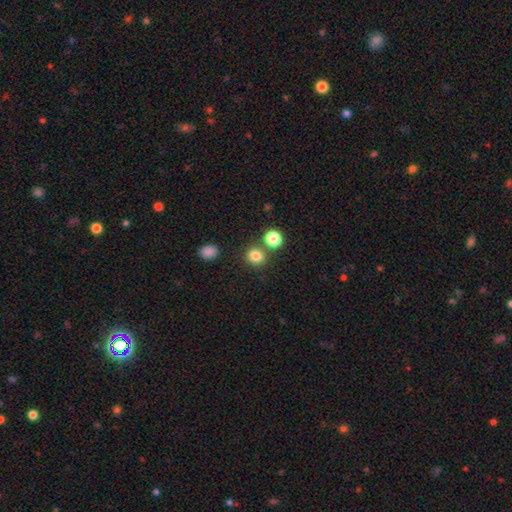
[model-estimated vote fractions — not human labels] smooth-or-featured: smooth: 81% | star or artifact: 14% | featured or disk: 5%
  how-rounded: round: 82% | in between: 17% | cigar-shaped: 1%
  merging: none: 76% | merger: 13% | minor disturbance: 8% | major disturbance: 3%